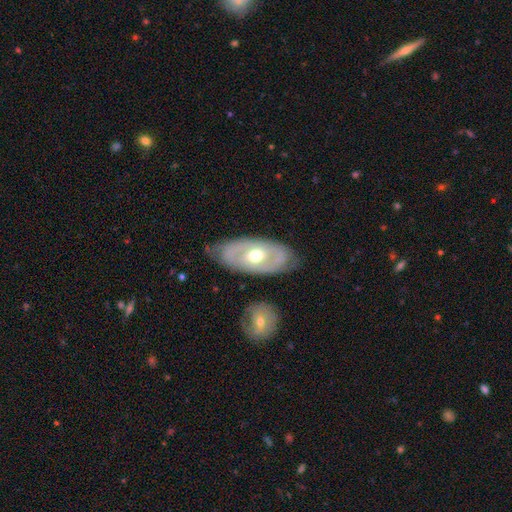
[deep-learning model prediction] A featured or disk galaxy (65%) with no bar (73%), no spiral arms (56%) and a moderate central bulge (74%). Merging: none (76%).